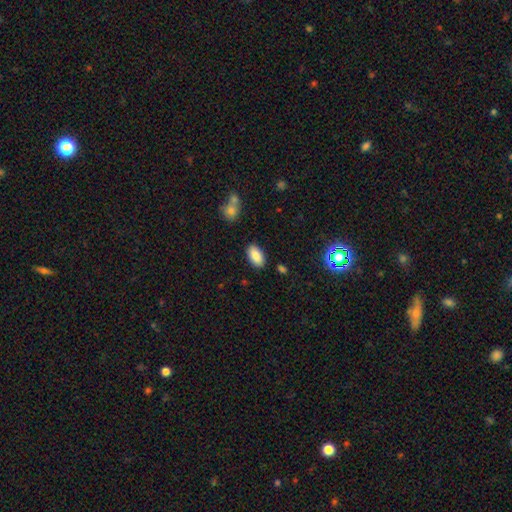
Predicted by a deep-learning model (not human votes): Smooth or featured? Predicted: smooth (p=0.86). How rounded? Predicted: in between (p=0.94). Merging? Predicted: none (p=0.85).